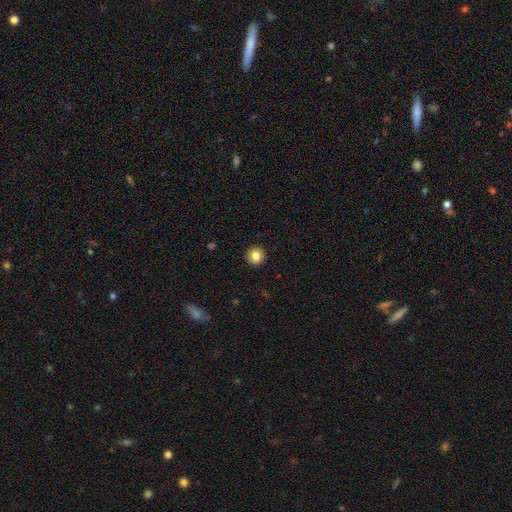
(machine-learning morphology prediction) Smooth or featured? Predicted: smooth (p=0.83). How rounded? Predicted: round (p=0.94). Merging? Predicted: none (p=0.92).